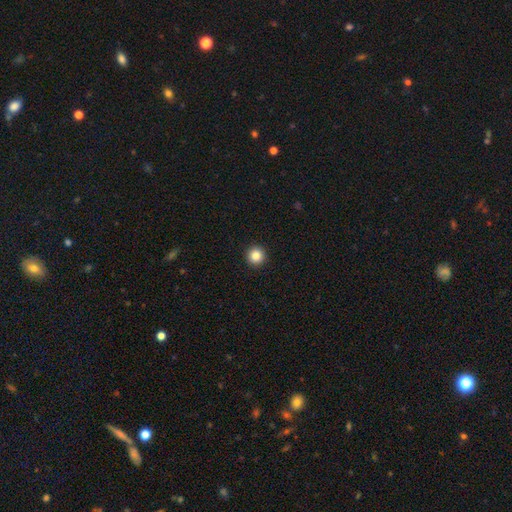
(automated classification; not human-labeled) A smooth galaxy with no disk features (85%) that is round (96%).

Vote fractions:
- Smooth or featured? smooth: 85% / star or artifact: 10% / featured or disk: 5%
- How rounded? round: 96% / in between: 3% / cigar-shaped: 1%
- Merging? none: 94% / minor disturbance: 4% / major disturbance: 1% / merger: 1%